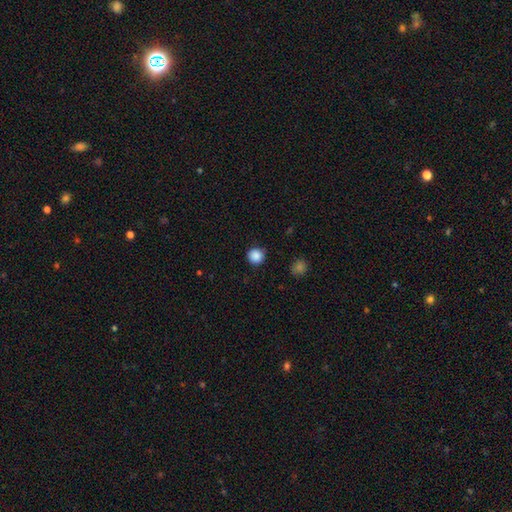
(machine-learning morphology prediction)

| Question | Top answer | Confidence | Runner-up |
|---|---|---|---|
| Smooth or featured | smooth | 88% | star or artifact (10%) |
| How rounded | round | 95% | in between (4%) |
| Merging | none | 90% | minor disturbance (7%) |